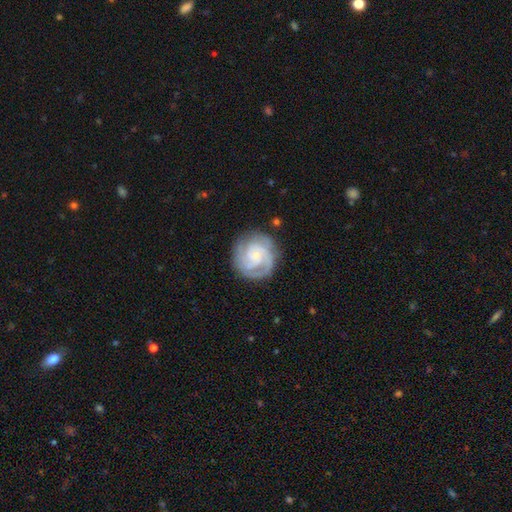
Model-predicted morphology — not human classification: smooth-or-featured: featured or disk: 83% | smooth: 12% | star or artifact: 5%
  disk-edge-on: no: 98% | yes: 2%
    bar: no: 68% | weak: 27% | strong: 5%
    has-spiral-arms: yes: 97% | no: 3%
      spiral-winding: tight: 64% | medium: 31% | loose: 6%
      spiral-arm-count: 3: 42% | 2: 23% | can't tell: 17% | 4: 9% | 1: 5% | more than 4: 5%
    bulge-size: small: 67% | moderate: 19% | none: 10% | large: 3% | dominant: 1%
  merging: none: 78% | minor disturbance: 14% | major disturbance: 6% | merger: 1%